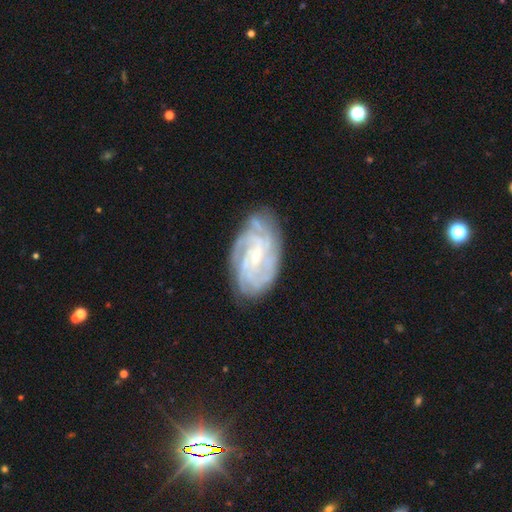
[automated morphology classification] A featured or disk galaxy (85%) with a weak bar (51%), tight (69%) spiral arms (96%) and a small central bulge (63%).

Vote fractions:
- Smooth or featured? featured or disk: 85% / smooth: 9% / star or artifact: 6%
- Edge-on disk? no: 96% / yes: 4%
- Bar? weak: 51% / no: 31% / strong: 17%
- Spiral arms? yes: 96% / no: 4%
- Spiral winding? tight: 69% / medium: 26% / loose: 5%
- Spiral arm count? can't tell: 32% / 4: 25% / 3: 16% / 2: 11% / more than 4: 10% / 1: 6%
- Bulge size? small: 63% / moderate: 27% / none: 8% / large: 2% / dominant: 1%
- Merging? none: 76% / minor disturbance: 17% / major disturbance: 5% / merger: 2%